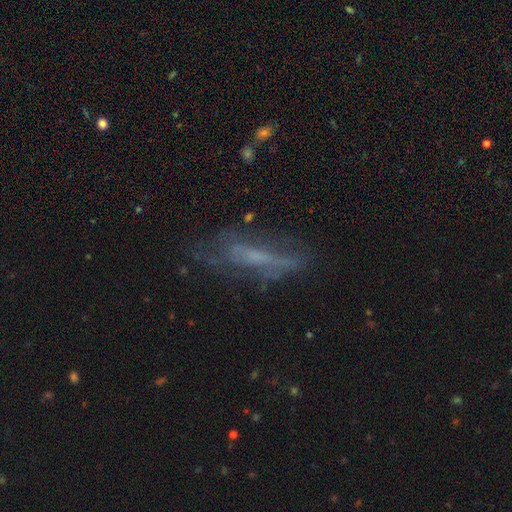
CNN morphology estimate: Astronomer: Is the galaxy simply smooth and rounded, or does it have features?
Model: featured or disk — 55% (runner-up: smooth, 33%).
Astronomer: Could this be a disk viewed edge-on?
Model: no — 58% (runner-up: yes, 42%).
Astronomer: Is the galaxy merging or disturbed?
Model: none — 52%.